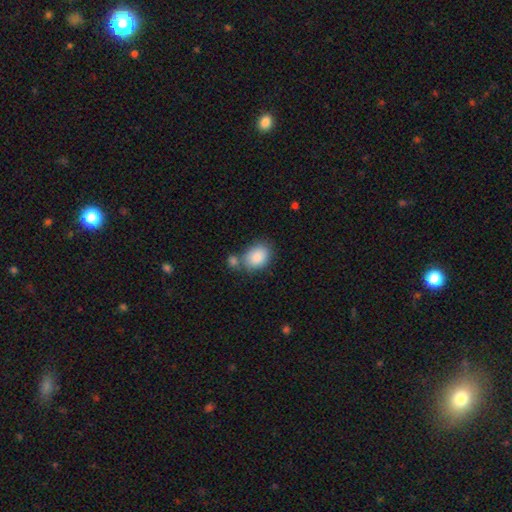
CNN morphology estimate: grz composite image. It shows a smooth galaxy with no disk features (88%) that is in between round and cigar-shaped (68%). Merging: none (56%).